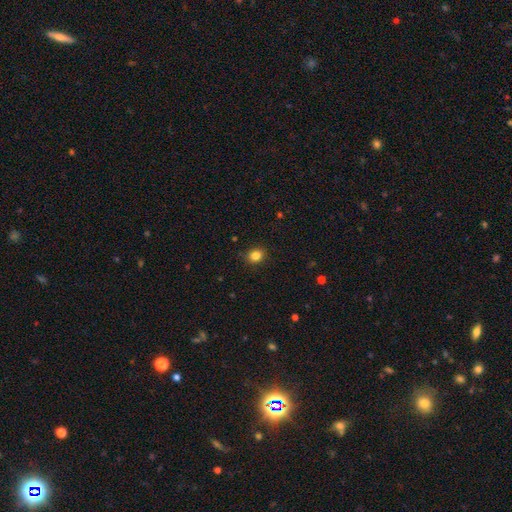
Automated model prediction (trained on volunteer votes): Q: Smooth or featured?
A: smooth (84%); runner-up: star or artifact (12%)
Q: How rounded?
A: round (70%); runner-up: in between (29%)
Q: Merging?
A: none (88%); runner-up: minor disturbance (9%)